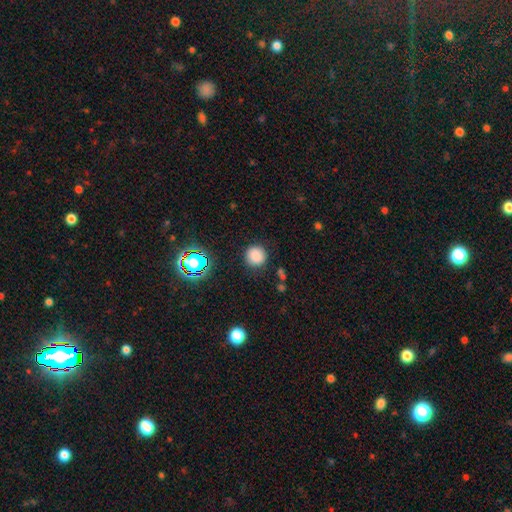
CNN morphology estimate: Q: Smooth or featured?
A: smooth (80%); runner-up: star or artifact (14%)
Q: How rounded?
A: round (91%); runner-up: in between (8%)
Q: Merging?
A: none (86%); runner-up: minor disturbance (9%)